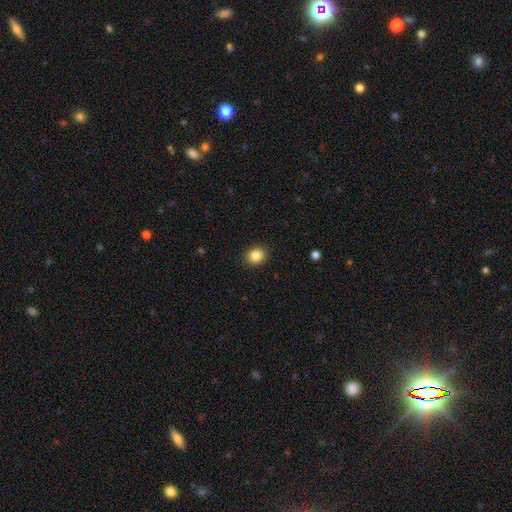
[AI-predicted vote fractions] A smooth galaxy with no disk features (85%) that is round (66%). Merging: none (90%).